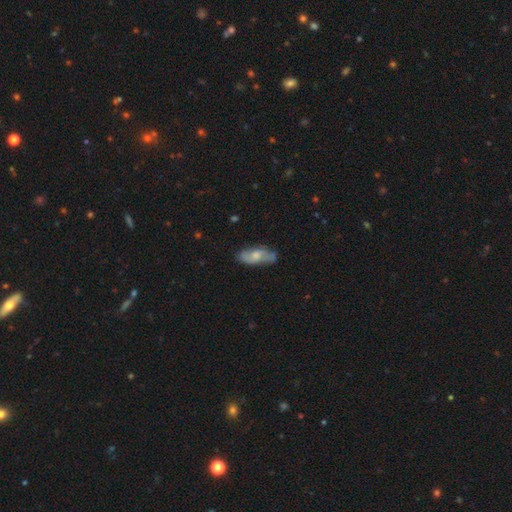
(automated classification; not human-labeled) Q: Smooth or featured?
A: smooth (54%); runner-up: featured or disk (39%)
Q: How rounded?
A: in between (76%); runner-up: cigar-shaped (21%)
Q: Merging?
A: none (66%); runner-up: minor disturbance (25%)